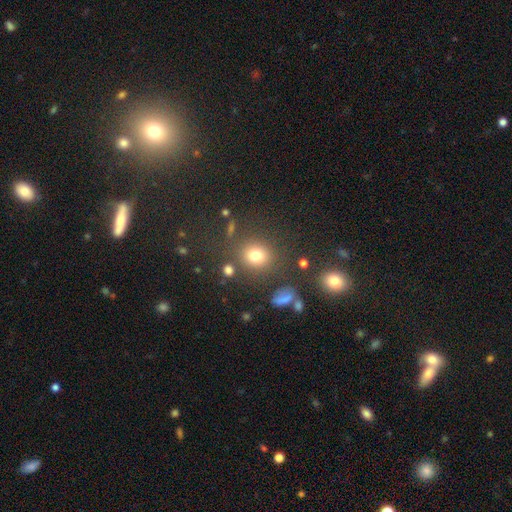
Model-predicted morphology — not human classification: A smooth galaxy with no disk features (75%) that is round (78%). Merging: none (77%).